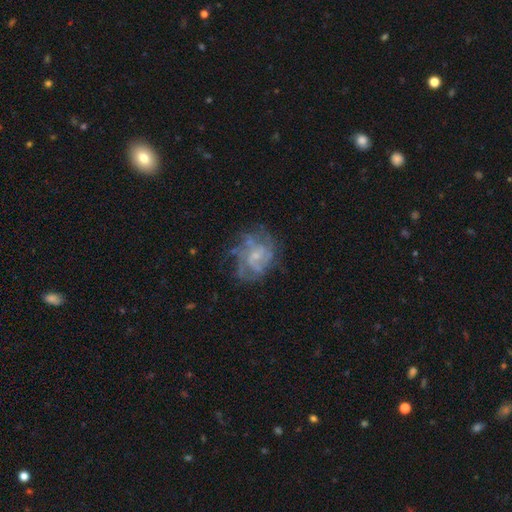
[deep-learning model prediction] This is likely a featured or disk galaxy (77%). It is clearly not viewed edge-on (98%). Bar: likely no (62%). Spiral arm pattern: clearly yes (82%). Spiral arm count: marginally can't tell (42%). Spiral winding: marginally tight (44%). Central bulge: possibly small (59%). Merging: likely none (63%).